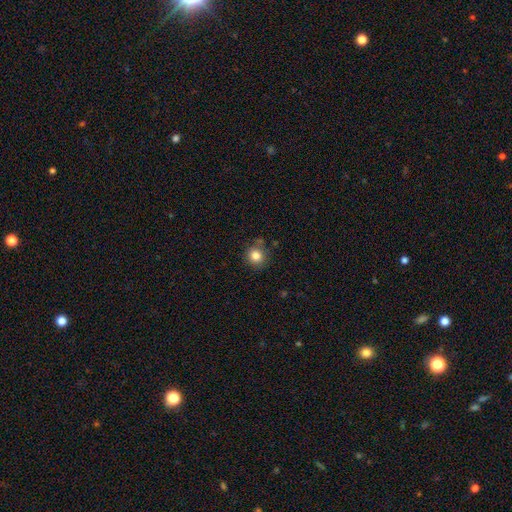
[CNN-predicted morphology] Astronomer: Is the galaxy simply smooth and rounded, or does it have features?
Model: smooth — 83%.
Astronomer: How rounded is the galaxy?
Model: round — 91%.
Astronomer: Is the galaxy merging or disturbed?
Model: none — 81%.